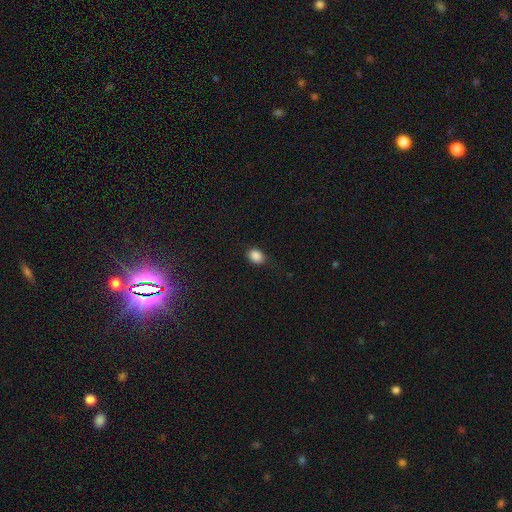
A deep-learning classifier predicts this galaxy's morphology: type=smooth (87%); roundness=in between (71%); merging=none (81%).